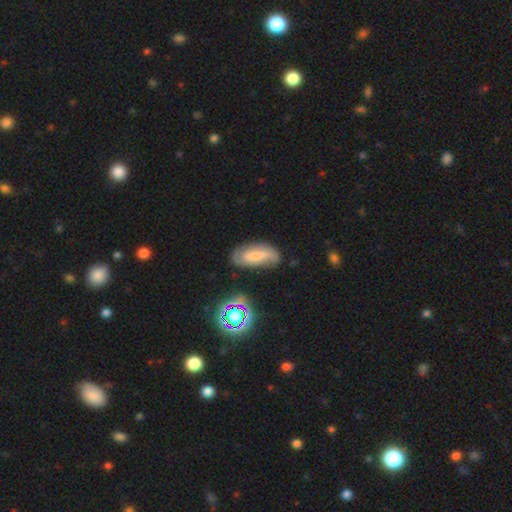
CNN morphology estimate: Smooth or featured? smooth (51%)
How rounded? in between (77%)
Merging? none (64%)